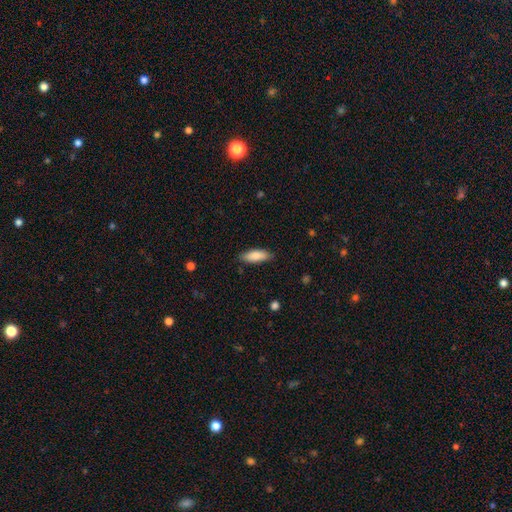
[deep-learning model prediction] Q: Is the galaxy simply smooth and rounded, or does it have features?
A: smooth — 85%.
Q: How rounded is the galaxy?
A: in between — 63%.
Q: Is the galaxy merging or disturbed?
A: none — 85%.